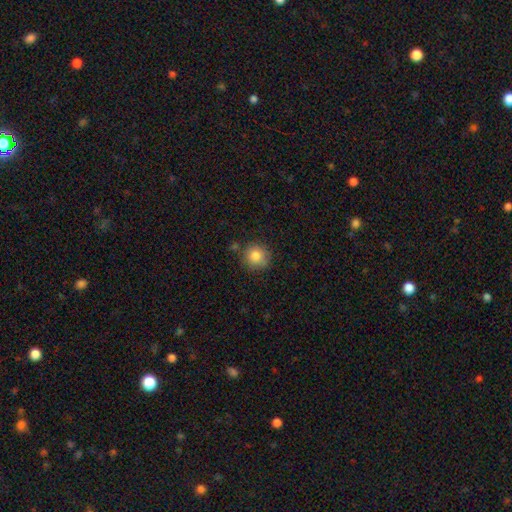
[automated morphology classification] A smooth galaxy with no disk features (84%) that is round (90%).

Vote fractions:
- Smooth or featured? smooth: 84% / star or artifact: 9% / featured or disk: 7%
- How rounded? round: 90% / in between: 9% / cigar-shaped: 1%
- Merging? none: 80% / minor disturbance: 13% / merger: 4% / major disturbance: 3%